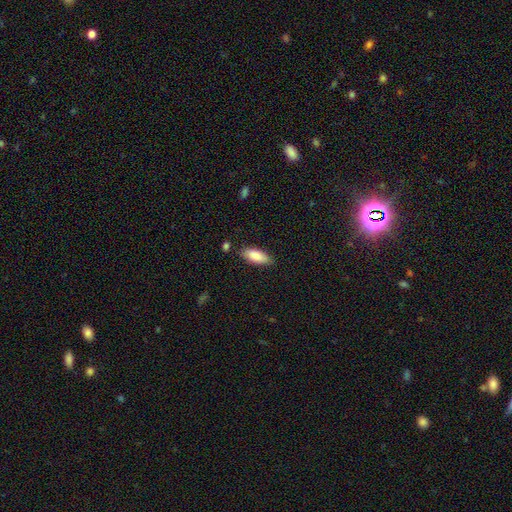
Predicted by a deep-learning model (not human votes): Morphology: type=smooth (87%); roundness=in between (80%); merging=none (80%).